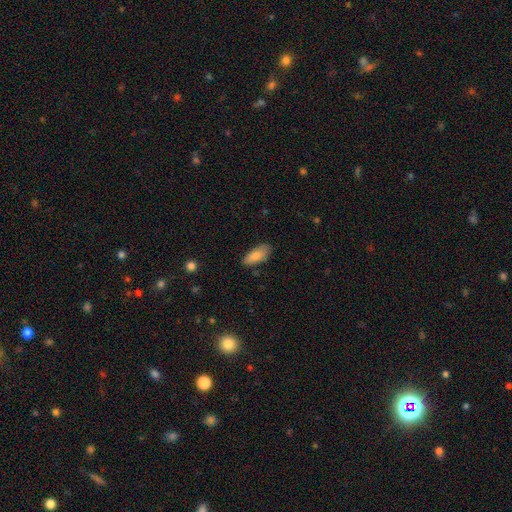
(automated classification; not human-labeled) Smooth or featured: smooth — 85% (featured or disk — 9%)
How rounded: in between — 83% (cigar-shaped — 15%)
Merging: none — 76% (minor disturbance — 19%)